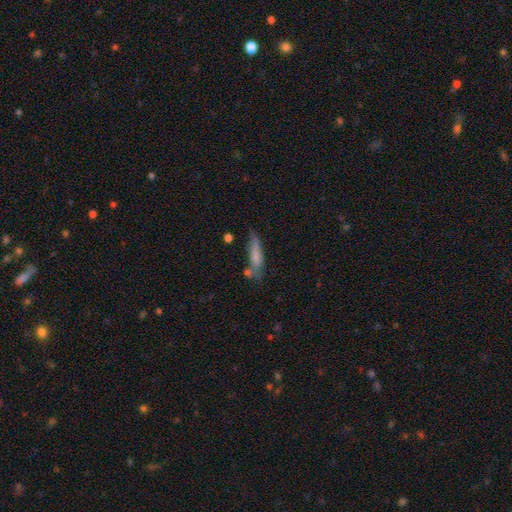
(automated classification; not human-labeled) smooth_or_featured: smooth (p=0.70) [alt: featured or disk p=0.22]
how_rounded: cigar-shaped (p=0.72) [alt: in between p=0.26]
merging: none (p=0.52) [alt: minor disturbance p=0.25]